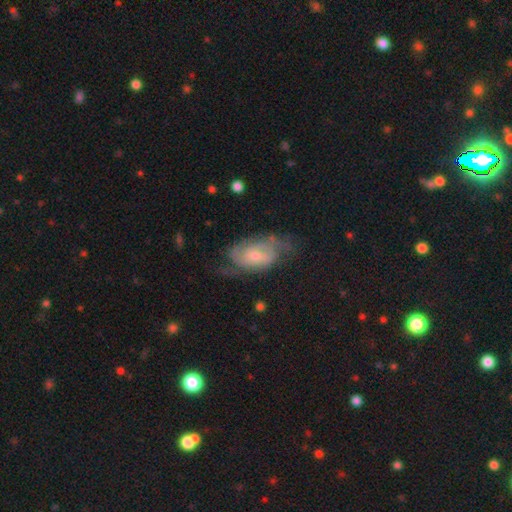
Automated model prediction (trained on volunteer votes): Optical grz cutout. It shows a featured or disk galaxy (71%) with no bar (60%), 2 (48%) tight (41%) spiral arms (87%) and a small central bulge (55%). Merging: none (51%).